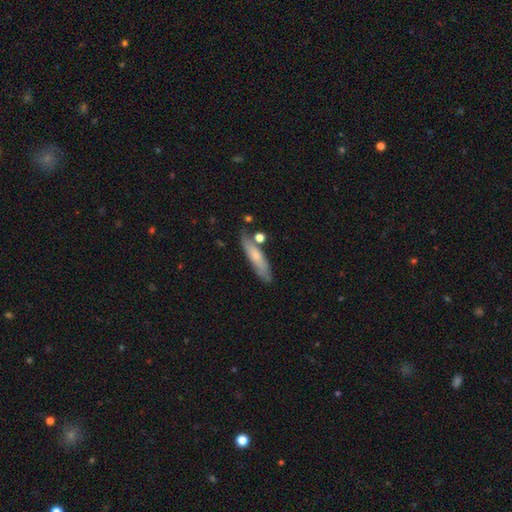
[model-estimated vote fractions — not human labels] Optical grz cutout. It shows a smooth galaxy with no disk features (60%) that is cigar-shaped (75%). Merging: none (69%).